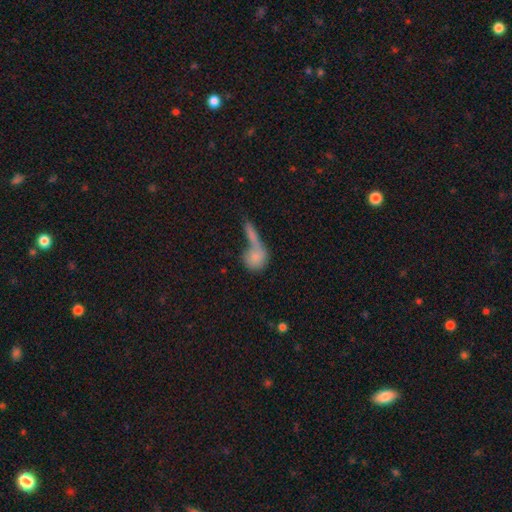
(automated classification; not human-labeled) Morphology: type=smooth (78%); roundness=round (70%); merging=merger (41%).